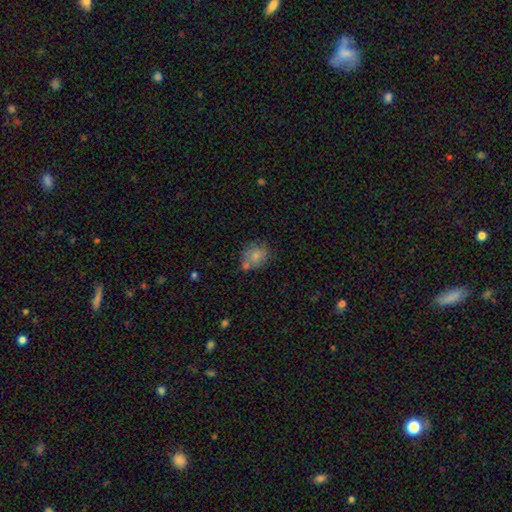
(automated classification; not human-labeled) Smooth or featured?
  - smooth: 76% *
  - featured or disk: 15%
  - star or artifact: 9%
How rounded?
  - round: 56% *
  - in between: 43%
  - cigar-shaped: 1%
Merging?
  - none: 55% *
  - minor disturbance: 20%
  - merger: 18%
  - major disturbance: 7%